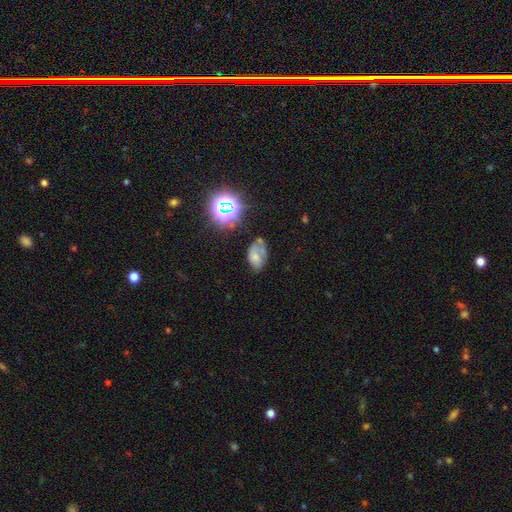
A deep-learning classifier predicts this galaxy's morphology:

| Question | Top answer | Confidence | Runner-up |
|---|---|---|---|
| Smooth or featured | smooth | 49% | featured or disk (33%) |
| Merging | none | 37% | minor disturbance (32%) |